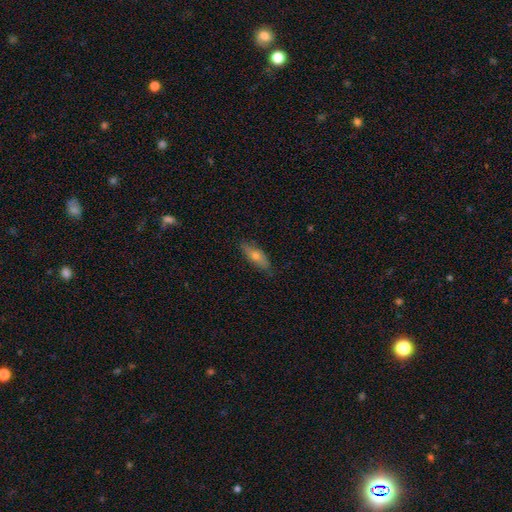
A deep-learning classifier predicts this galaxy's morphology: A smooth galaxy with no disk features (55%) that is in between round and cigar-shaped (51%).

Vote fractions:
- Smooth or featured? smooth: 55% / featured or disk: 38% / star or artifact: 7%
- How rounded? in between: 51% / cigar-shaped: 46% / round: 3%
- Merging? none: 84% / minor disturbance: 13% / major disturbance: 2% / merger: 1%